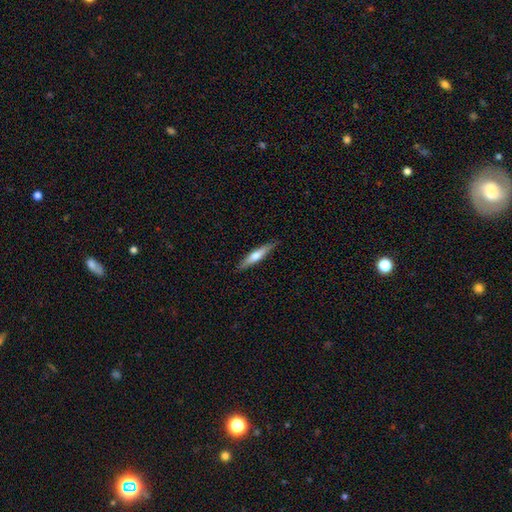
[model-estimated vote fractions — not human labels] Smooth or featured? Predicted: smooth (p=0.55). How rounded? Predicted: cigar-shaped (p=0.88). Merging? Predicted: none (p=0.87).